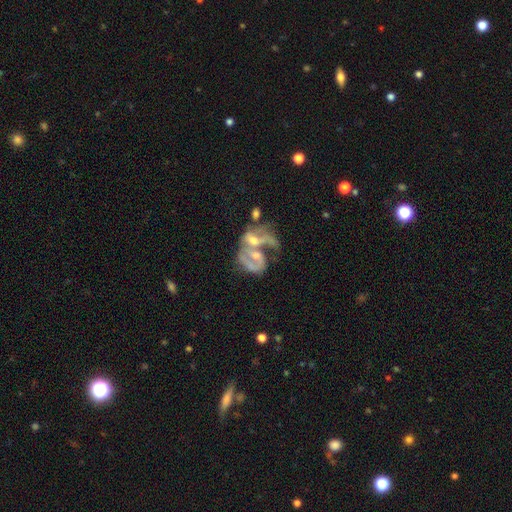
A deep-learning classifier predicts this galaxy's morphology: smooth_or_featured: featured or disk (p=0.76) [alt: smooth p=0.16]
disk_edge_on: no (p=0.97) [alt: yes p=0.03]
bar: no (p=0.54) [alt: weak p=0.33]
has_spiral_arms: yes (p=0.71) [alt: no p=0.29]
spiral_winding: medium (p=0.40) [alt: loose p=0.39]
spiral_arm_count: 2 (p=0.48) [alt: 1 p=0.24]
bulge_size: moderate (p=0.55) [alt: small p=0.32]
merging: merger (p=0.69) [alt: major disturbance p=0.15]